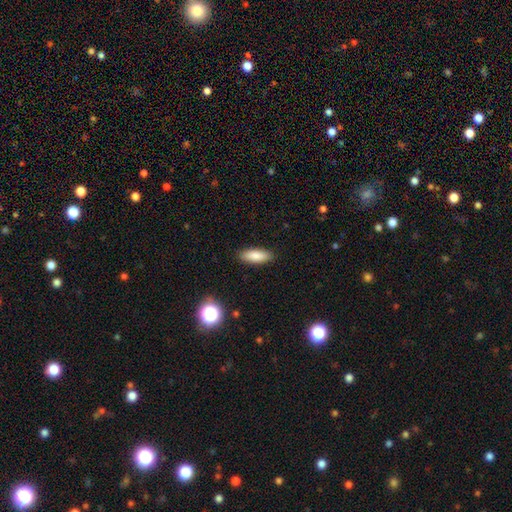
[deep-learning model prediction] Q: Smooth or featured?
A: smooth (83%); runner-up: featured or disk (9%)
Q: How rounded?
A: in between (64%); runner-up: cigar-shaped (34%)
Q: Merging?
A: none (89%); runner-up: minor disturbance (8%)